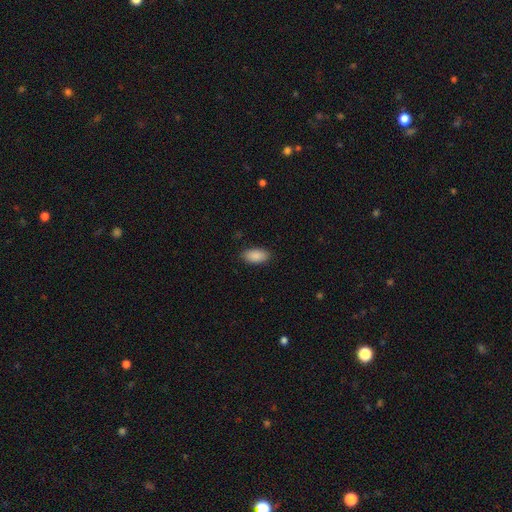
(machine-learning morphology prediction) Smooth or featured? Predicted: smooth (p=0.89). How rounded? Predicted: in between (p=0.94). Merging? Predicted: none (p=0.88).